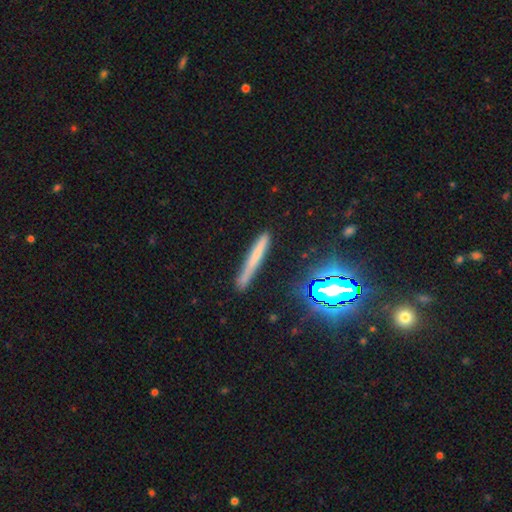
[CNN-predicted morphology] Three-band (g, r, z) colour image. It shows a smooth galaxy with no disk features (56%) that is cigar-shaped (95%). Merging: none (82%).